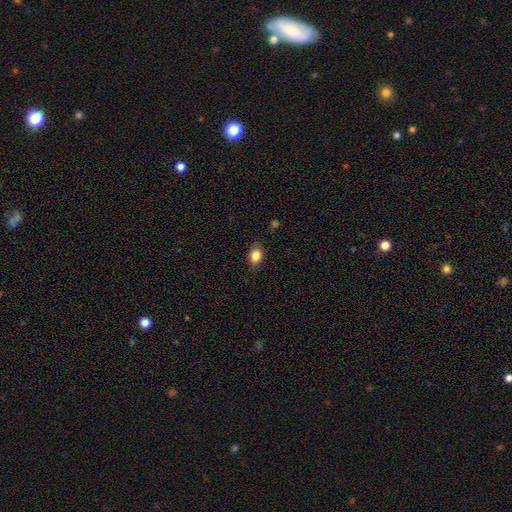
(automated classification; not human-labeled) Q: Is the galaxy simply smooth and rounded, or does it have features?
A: smooth — 84%.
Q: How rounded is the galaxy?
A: in between — 59%.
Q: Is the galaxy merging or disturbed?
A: none — 80%.